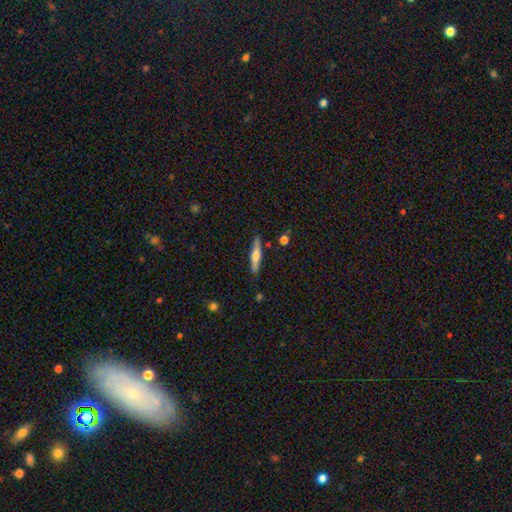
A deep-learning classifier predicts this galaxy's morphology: Smooth or featured? smooth (53%)
How rounded? cigar-shaped (86%)
Merging? none (87%)